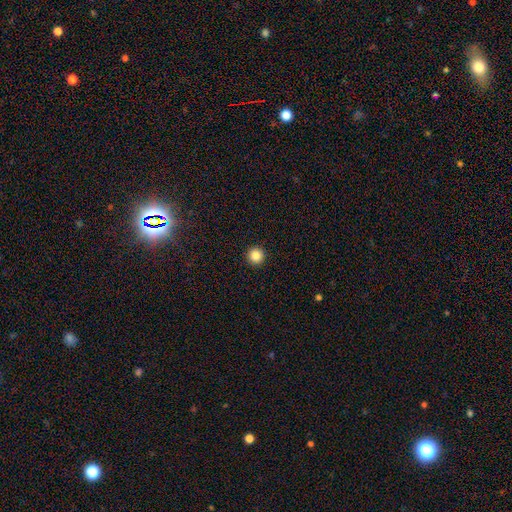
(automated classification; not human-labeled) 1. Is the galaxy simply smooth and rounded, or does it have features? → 85% smooth, 11% star or artifact, 4% featured or disk.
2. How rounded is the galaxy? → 96% round, 3% in between, 1% cigar-shaped.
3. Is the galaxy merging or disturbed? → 94% none, 4% minor disturbance, 1% major disturbance, 1% merger.